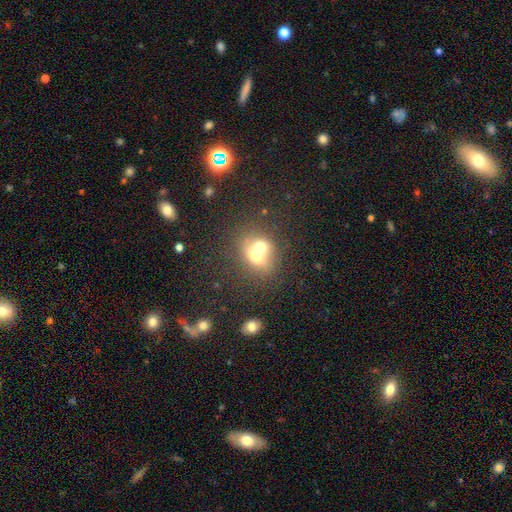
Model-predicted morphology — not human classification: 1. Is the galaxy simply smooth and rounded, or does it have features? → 63% smooth, 25% featured or disk, 12% star or artifact.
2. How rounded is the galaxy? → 62% round, 37% in between, 1% cigar-shaped.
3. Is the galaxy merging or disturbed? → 66% merger, 23% none, 6% minor disturbance, 4% major disturbance.